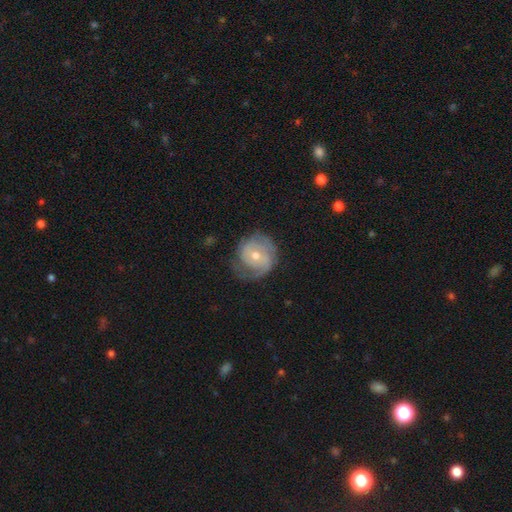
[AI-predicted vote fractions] A featured or disk galaxy (79%) with no bar (59%), 2 (49%) tight (59%) spiral arms (93%) and a moderate central bulge (55%). Merging: none (69%).